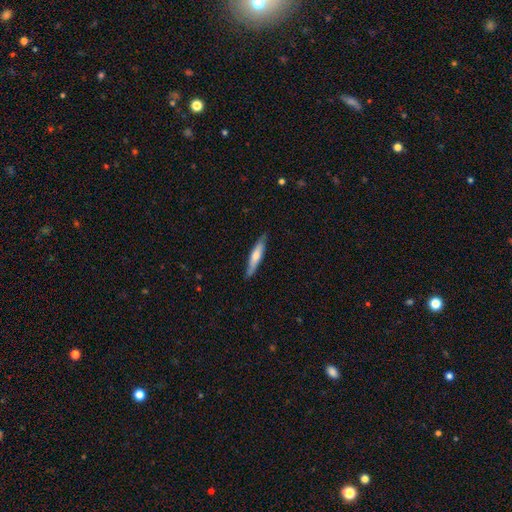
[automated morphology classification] Smooth or featured?
  - smooth: 53% *
  - featured or disk: 41%
  - star or artifact: 5%
How rounded?
  - cigar-shaped: 87% *
  - in between: 11%
  - round: 1%
Merging?
  - none: 84% *
  - minor disturbance: 13%
  - major disturbance: 2%
  - merger: 1%